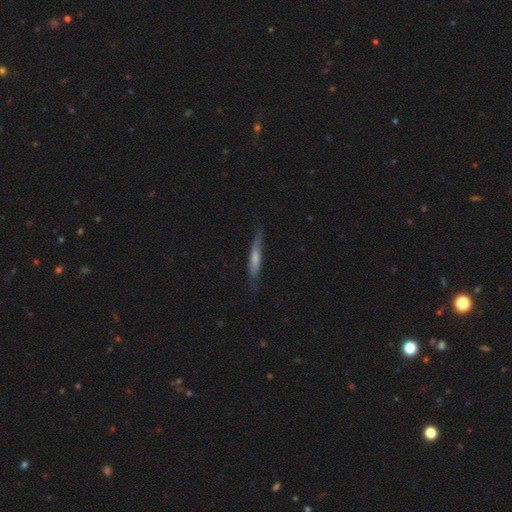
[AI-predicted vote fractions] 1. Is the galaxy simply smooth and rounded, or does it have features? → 47% smooth, 46% featured or disk, 8% star or artifact.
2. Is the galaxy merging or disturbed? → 74% none, 20% minor disturbance, 5% major disturbance, 2% merger.